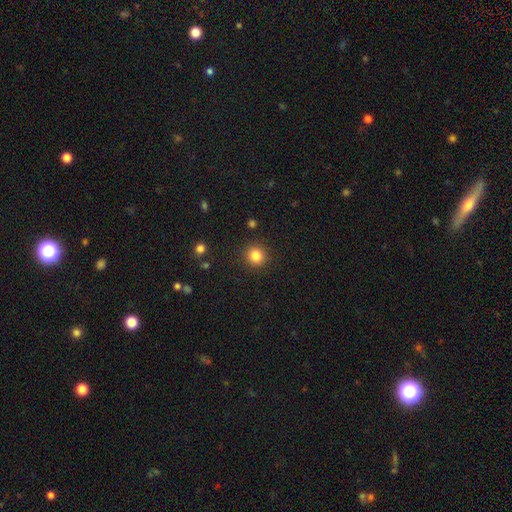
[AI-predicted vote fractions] Smooth or featured? smooth (83%)
How rounded? round (91%)
Merging? none (91%)